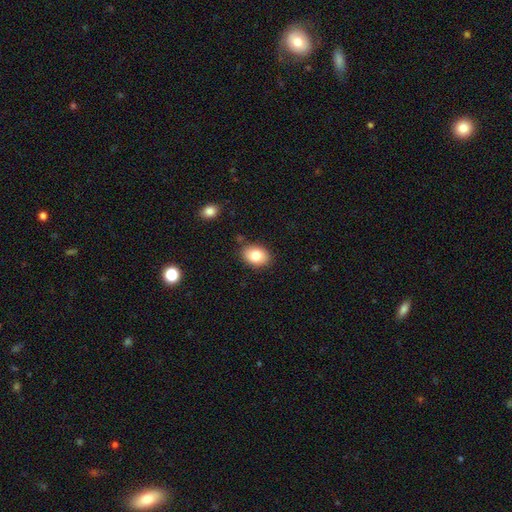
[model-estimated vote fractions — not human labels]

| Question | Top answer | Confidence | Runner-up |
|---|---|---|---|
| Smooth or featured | smooth | 83% | featured or disk (9%) |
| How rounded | in between | 78% | round (21%) |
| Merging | none | 83% | minor disturbance (11%) |